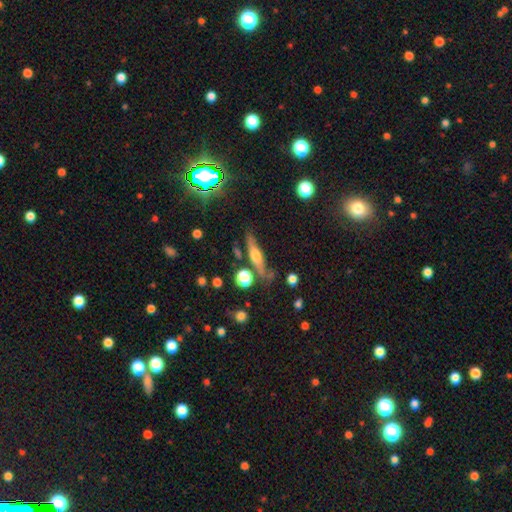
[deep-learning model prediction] This is possibly a featured or disk galaxy (54%). It is clearly viewed edge-on (91%). Merging: likely none (72%).